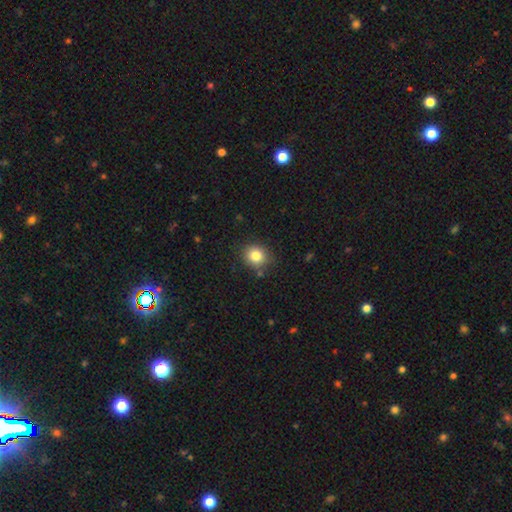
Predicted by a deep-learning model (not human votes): Smooth or featured? Predicted: smooth (p=0.82). How rounded? Predicted: round (p=0.80). Merging? Predicted: none (p=0.83).